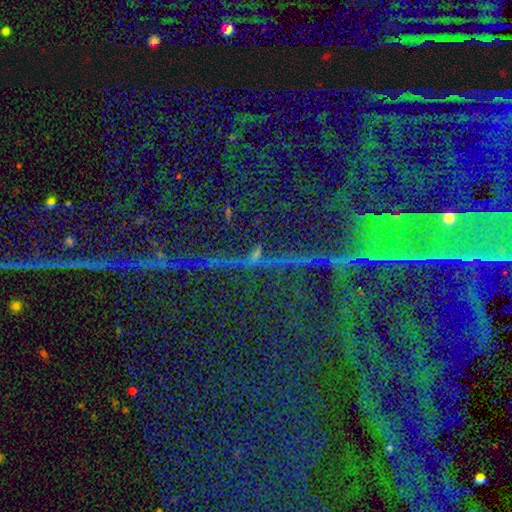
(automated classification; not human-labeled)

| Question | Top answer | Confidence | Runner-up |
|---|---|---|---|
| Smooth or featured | star or artifact | 77% | featured or disk (13%) |